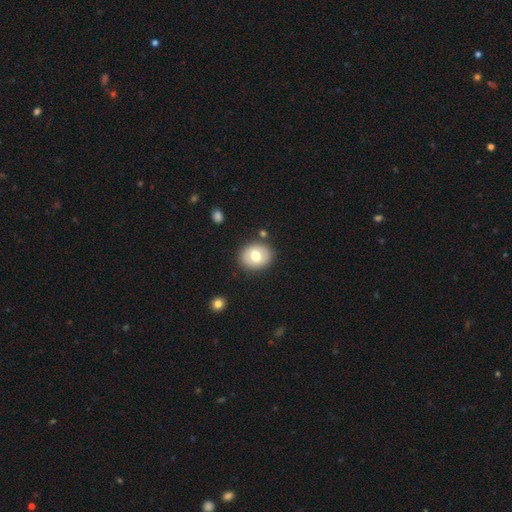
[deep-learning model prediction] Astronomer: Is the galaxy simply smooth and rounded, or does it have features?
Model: smooth — 68%.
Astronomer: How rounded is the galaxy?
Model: round — 58% (runner-up: in between, 41%).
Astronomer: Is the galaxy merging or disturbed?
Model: none — 85%.